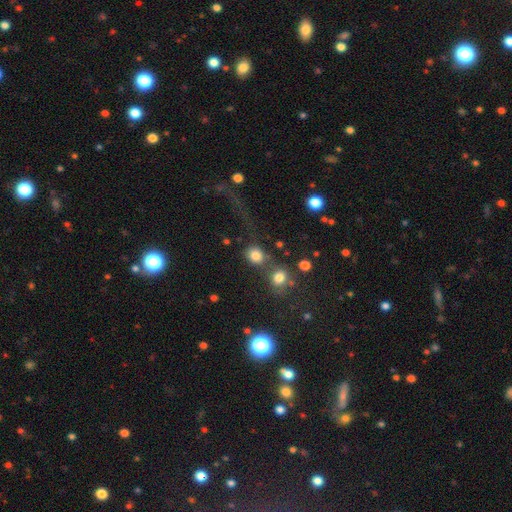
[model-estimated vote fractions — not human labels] This is likely a smooth galaxy (80%). How rounded: likely round (77%). Merging: possibly none (45%).